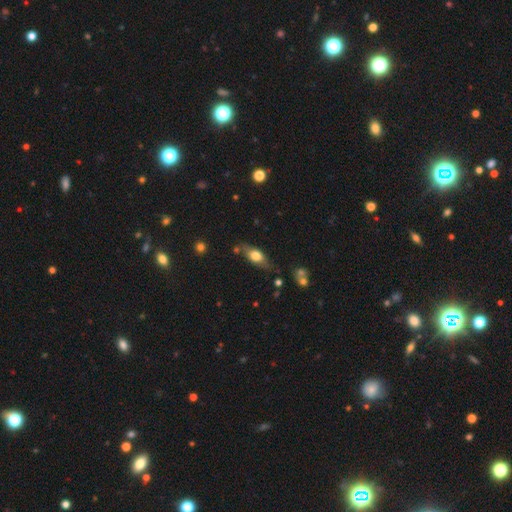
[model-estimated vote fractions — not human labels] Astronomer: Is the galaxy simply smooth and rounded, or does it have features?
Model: smooth — 62%.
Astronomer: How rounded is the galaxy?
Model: in between — 75%.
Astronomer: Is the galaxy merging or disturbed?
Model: none — 68%.